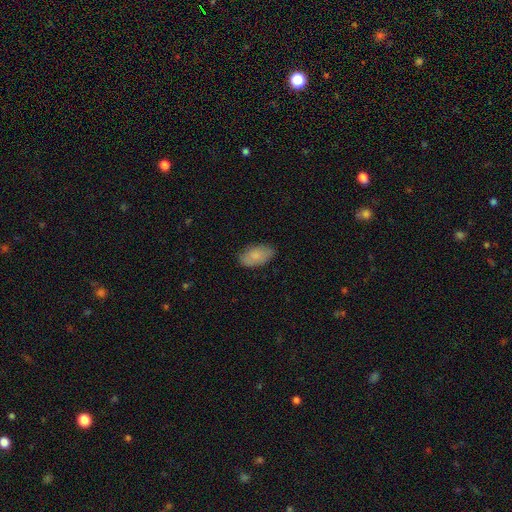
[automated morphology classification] Smooth or featured: smooth — 83% (featured or disk — 11%)
How rounded: in between — 94% (round — 3%)
Merging: none — 82% (minor disturbance — 15%)